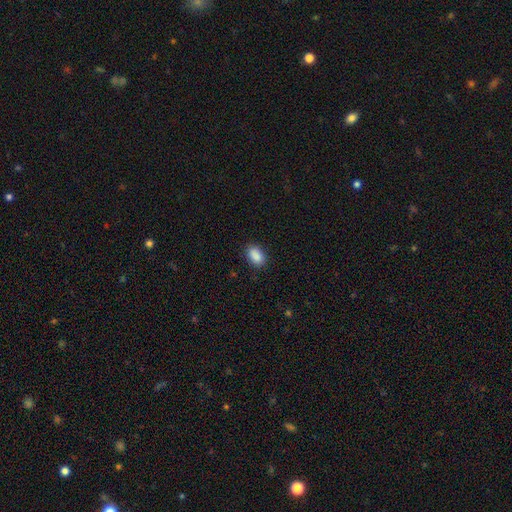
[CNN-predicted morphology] Overall: smooth (90%). How rounded: in between (90%). Merging: none (87%).